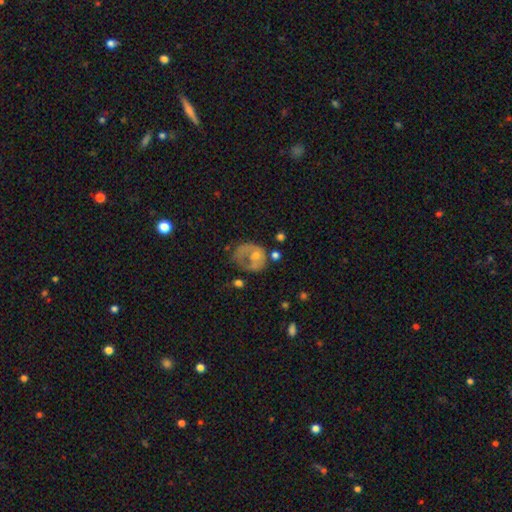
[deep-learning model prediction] This is possibly a featured or disk galaxy (50%). It is clearly not viewed edge-on (97%). Merging: marginally major disturbance (35%).